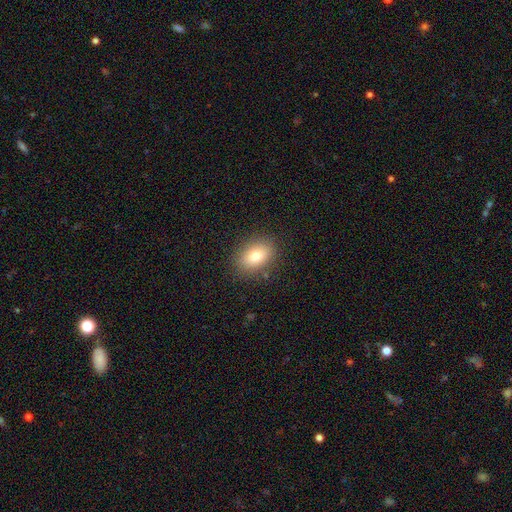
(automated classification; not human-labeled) Smooth or featured: smooth — 78% (featured or disk — 12%)
How rounded: in between — 79% (round — 20%)
Merging: none — 87% (minor disturbance — 9%)